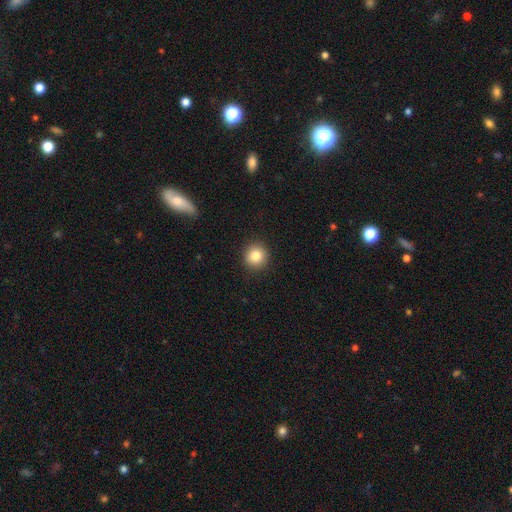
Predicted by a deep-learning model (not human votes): Smooth or featured: smooth — 84% (star or artifact — 10%)
How rounded: round — 93% (in between — 6%)
Merging: none — 92% (minor disturbance — 5%)